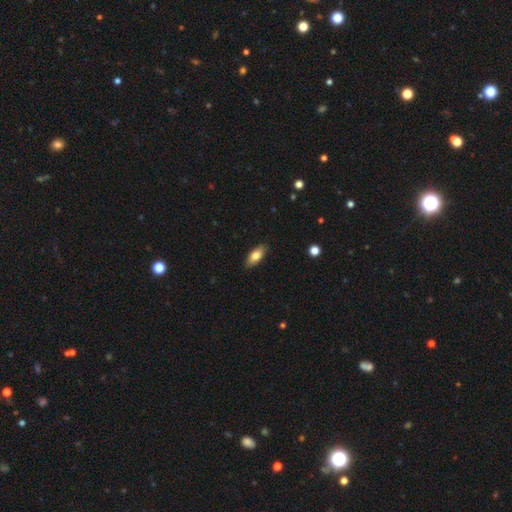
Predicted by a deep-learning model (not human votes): Morphology: type=smooth (79%); roundness=in between (83%); merging=none (87%).